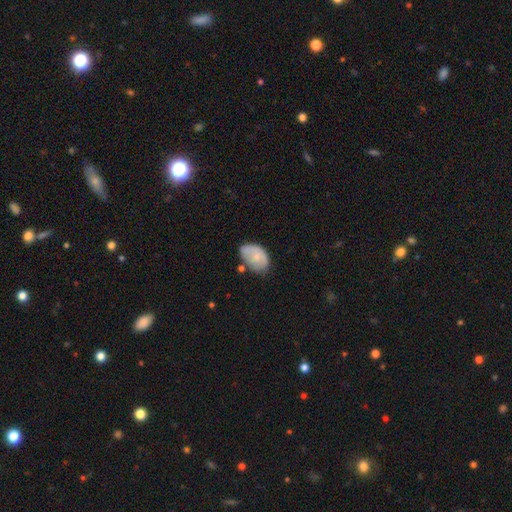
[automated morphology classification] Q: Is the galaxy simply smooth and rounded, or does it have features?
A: smooth — 70%.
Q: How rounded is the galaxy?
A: in between — 87%.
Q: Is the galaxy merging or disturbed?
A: none — 51%.